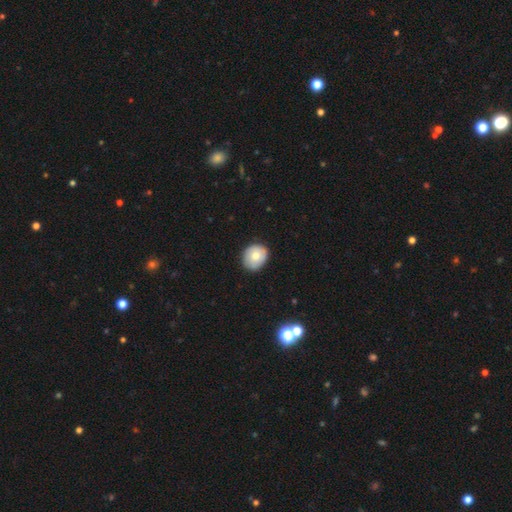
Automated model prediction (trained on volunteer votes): Smooth or featured? Predicted: smooth (p=0.73). How rounded? Predicted: round (p=0.72). Merging? Predicted: none (p=0.83).